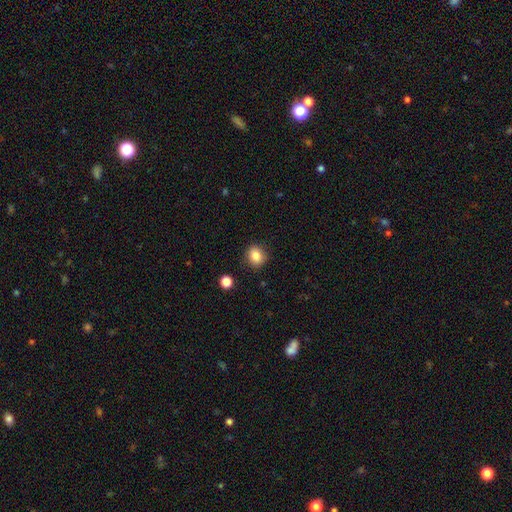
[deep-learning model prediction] Morphology: type=smooth (84%); roundness=round (68%); merging=none (87%).